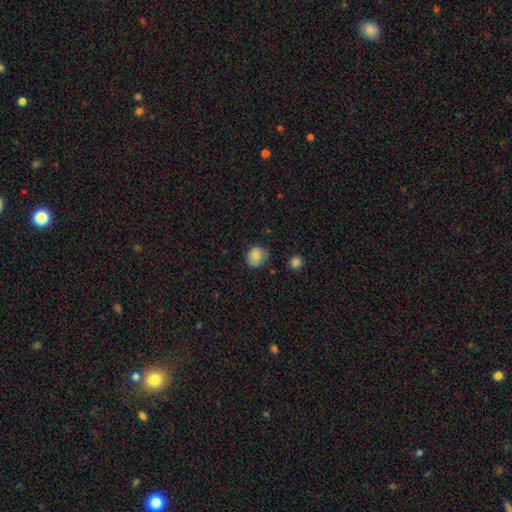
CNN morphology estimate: Smooth or featured?
  - smooth: 82% *
  - star or artifact: 9%
  - featured or disk: 8%
How rounded?
  - round: 72% *
  - in between: 27%
  - cigar-shaped: 1%
Merging?
  - none: 70% *
  - minor disturbance: 23%
  - major disturbance: 5%
  - merger: 2%